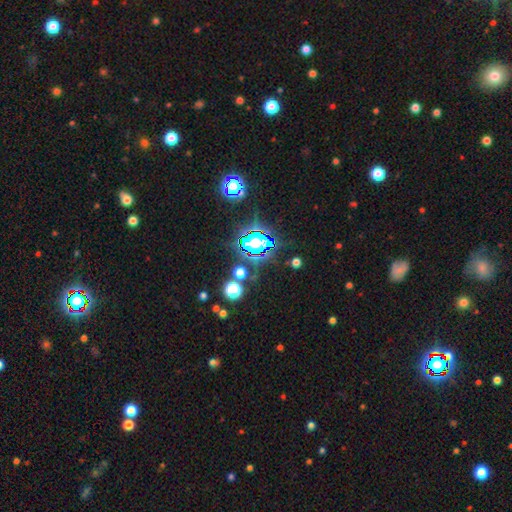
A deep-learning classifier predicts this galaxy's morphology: Smooth or featured? Predicted: star or artifact (p=0.72).